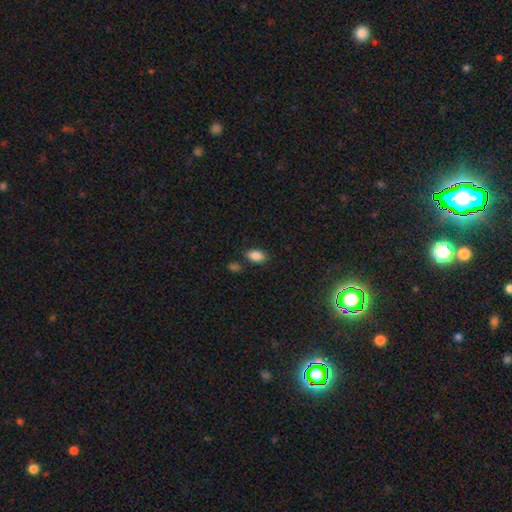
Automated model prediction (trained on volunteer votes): Q: Smooth or featured?
A: smooth (86%); runner-up: star or artifact (9%)
Q: How rounded?
A: in between (89%); runner-up: round (8%)
Q: Merging?
A: none (78%); runner-up: minor disturbance (13%)